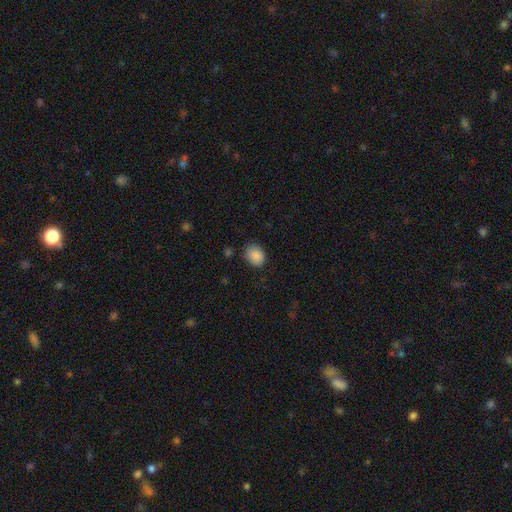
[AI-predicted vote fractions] Smooth or featured: smooth — 88% (star or artifact — 8%)
How rounded: in between — 58% (round — 41%)
Merging: none — 78% (minor disturbance — 16%)